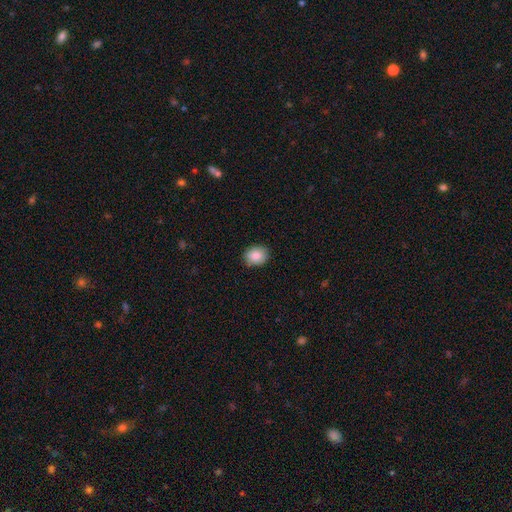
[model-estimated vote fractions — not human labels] Q: Smooth or featured?
A: smooth (86%); runner-up: star or artifact (8%)
Q: How rounded?
A: round (55%); runner-up: in between (44%)
Q: Merging?
A: none (88%); runner-up: minor disturbance (9%)